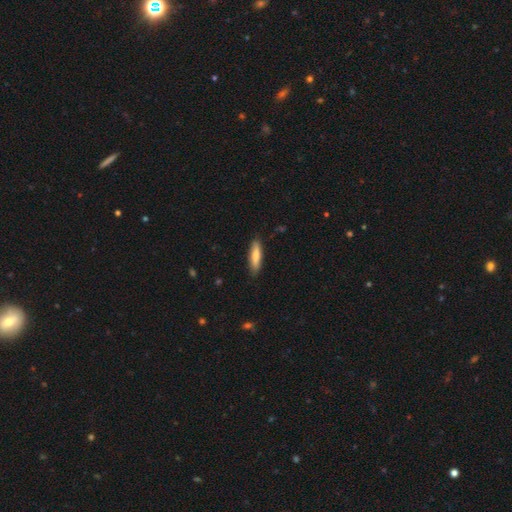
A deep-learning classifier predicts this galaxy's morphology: The model was most divided on "how rounded": cigar-shaped: 72%, in between: 27%, round: 1%. More confident: merging — none (86%); smooth or featured — smooth (75%).